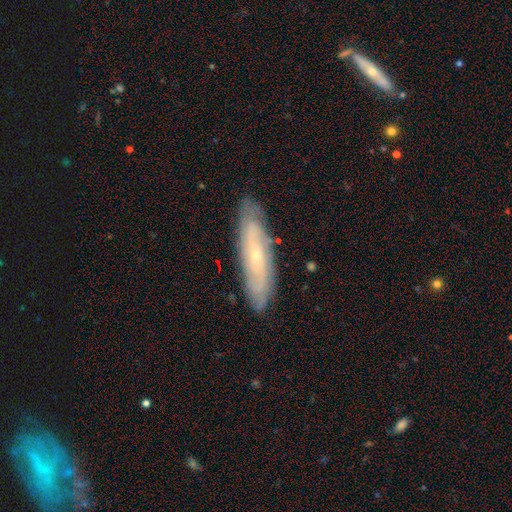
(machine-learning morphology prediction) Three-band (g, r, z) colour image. It shows a featured or disk galaxy (65%). Merging: none (84%).